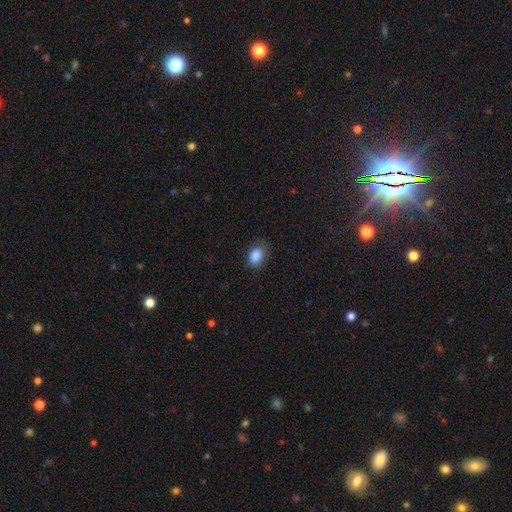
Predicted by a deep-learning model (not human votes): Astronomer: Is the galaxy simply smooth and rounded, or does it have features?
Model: smooth — 87%.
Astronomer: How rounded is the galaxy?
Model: in between — 71%.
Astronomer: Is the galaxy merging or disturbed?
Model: none — 71%.